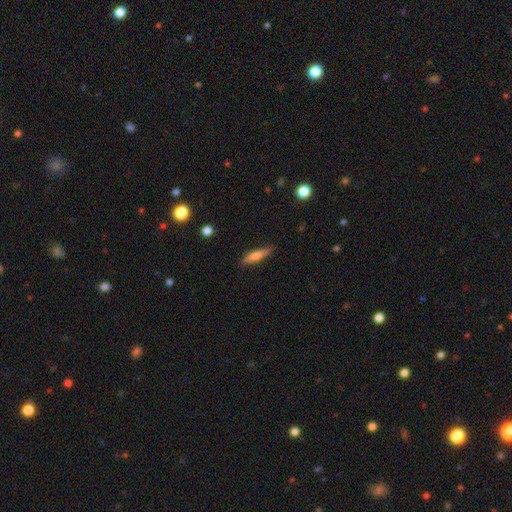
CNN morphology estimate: Overall: smooth (71%). How rounded: cigar-shaped (78%). Merging: none (84%).